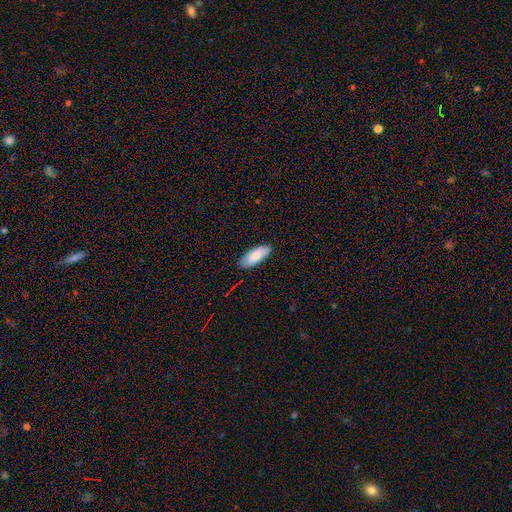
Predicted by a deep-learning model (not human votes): Overall: smooth (84%). How rounded: in between (79%). Merging: none (86%).